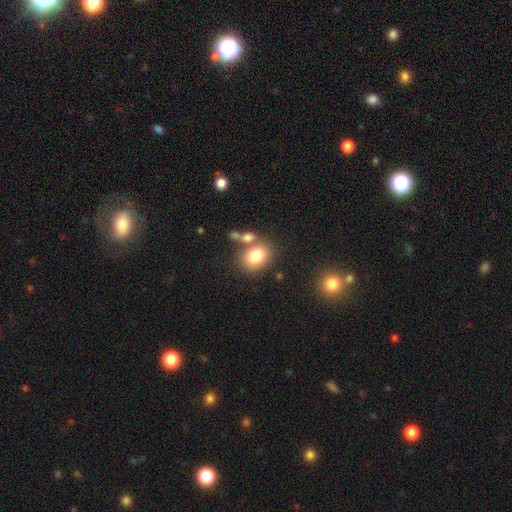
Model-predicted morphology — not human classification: Smooth or featured: smooth — 80% (featured or disk — 11%)
How rounded: in between — 57% (round — 42%)
Merging: none — 57% (merger — 26%)